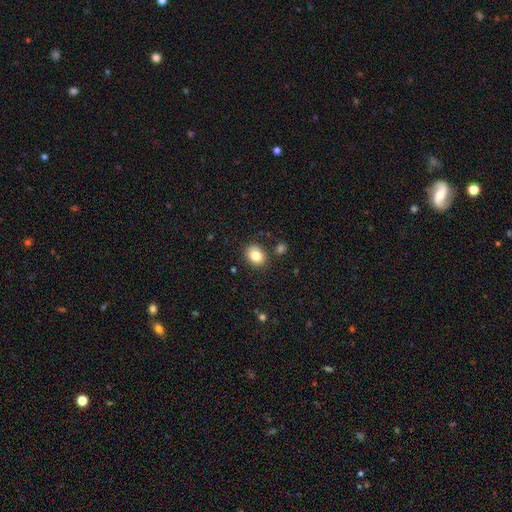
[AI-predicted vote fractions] This appears to be a smooth galaxy with no disk features (83%) that is in between round and cigar-shaped (54%). Merging: none (84%).